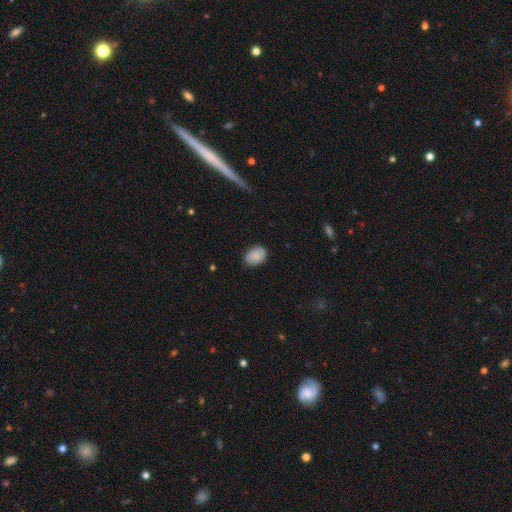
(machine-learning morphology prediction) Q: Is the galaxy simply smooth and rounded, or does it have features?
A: smooth — 84%.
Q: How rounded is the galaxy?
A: in between — 75%.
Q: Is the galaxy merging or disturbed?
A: none — 83%.